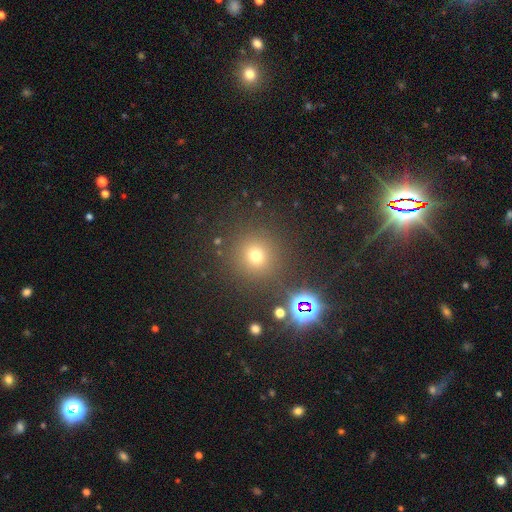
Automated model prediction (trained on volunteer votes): Q: Smooth or featured?
A: smooth (66%); runner-up: star or artifact (26%)
Q: How rounded?
A: round (92%); runner-up: in between (7%)
Q: Merging?
A: none (85%); runner-up: minor disturbance (7%)